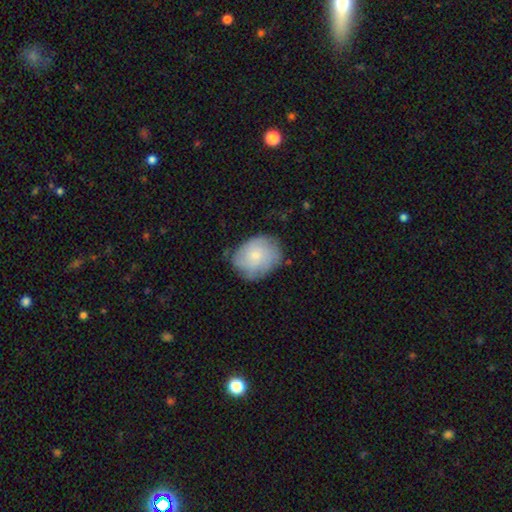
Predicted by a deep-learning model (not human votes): Q: Smooth or featured?
A: smooth (53%); runner-up: featured or disk (39%)
Q: How rounded?
A: in between (56%); runner-up: round (43%)
Q: Merging?
A: none (68%); runner-up: minor disturbance (24%)